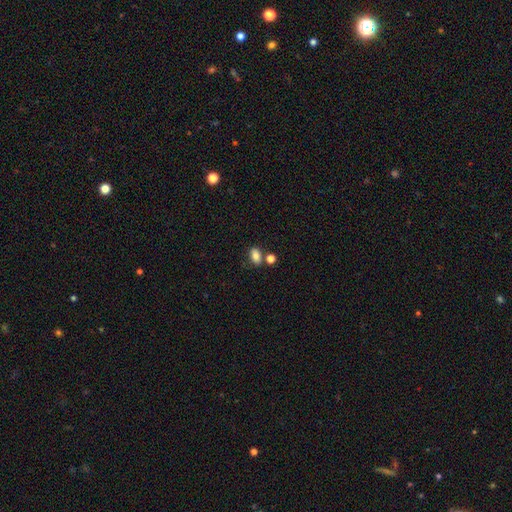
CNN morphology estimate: smooth 83%, star or artifact 10%, featured or disk 7%. Down the decision tree: how rounded — in between (85%); merging — none (67%).